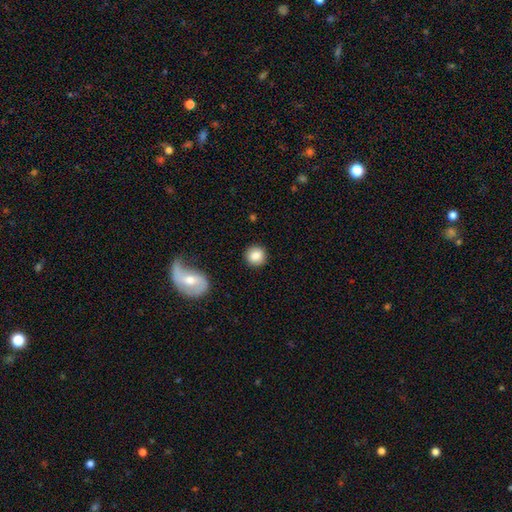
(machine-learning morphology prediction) type=smooth (86%); roundness=round (91%); merging=none (90%).